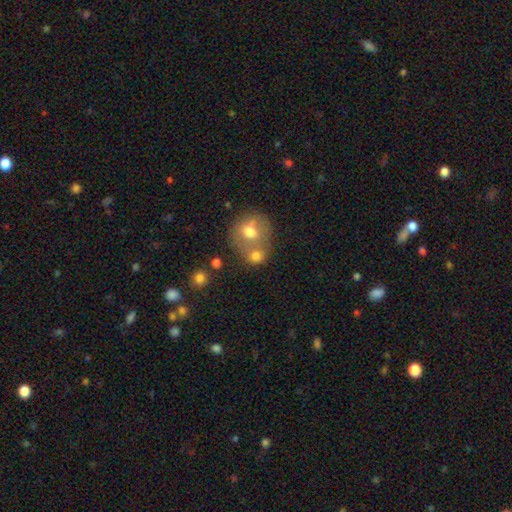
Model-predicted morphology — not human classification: Smooth or featured? Predicted: smooth (p=0.72). How rounded? Predicted: round (p=0.71). Merging? Predicted: merger (p=0.50).